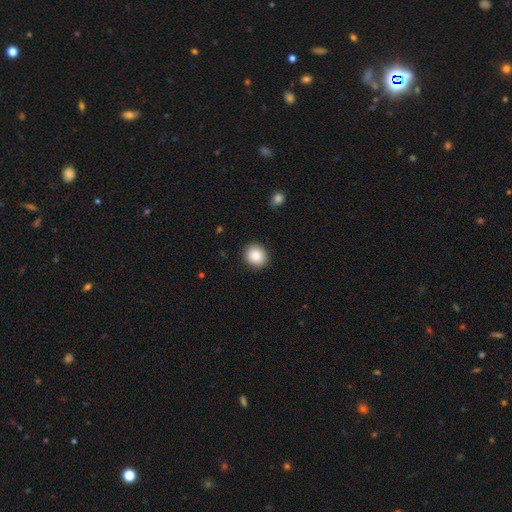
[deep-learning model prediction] smooth 85%, star or artifact 8%, featured or disk 7%. Down the decision tree: how rounded — round (82%); merging — none (90%).